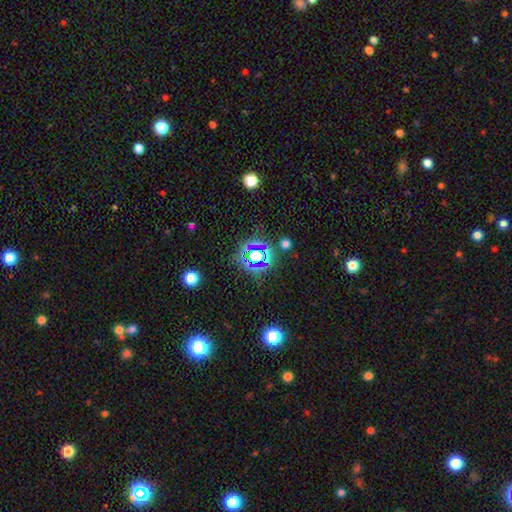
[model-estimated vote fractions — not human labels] A star or artifact, not a galaxy (67%).

Vote fractions:
- Smooth or featured? star or artifact: 67% / smooth: 22% / featured or disk: 11%